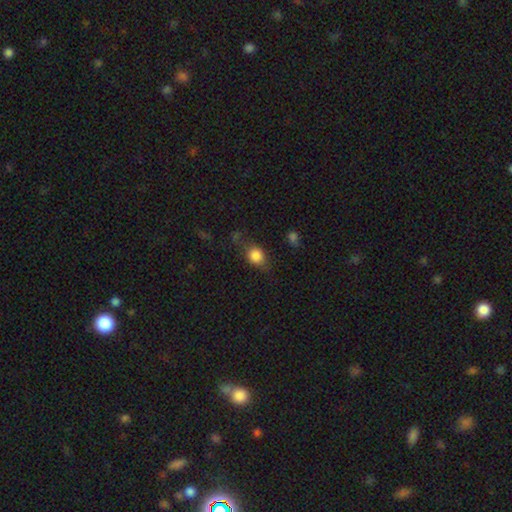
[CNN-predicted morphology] Smooth or featured?
  - smooth: 82% *
  - star or artifact: 10%
  - featured or disk: 9%
How rounded?
  - round: 53% *
  - in between: 44%
  - cigar-shaped: 2%
Merging?
  - none: 60% *
  - minor disturbance: 25%
  - major disturbance: 11%
  - merger: 4%